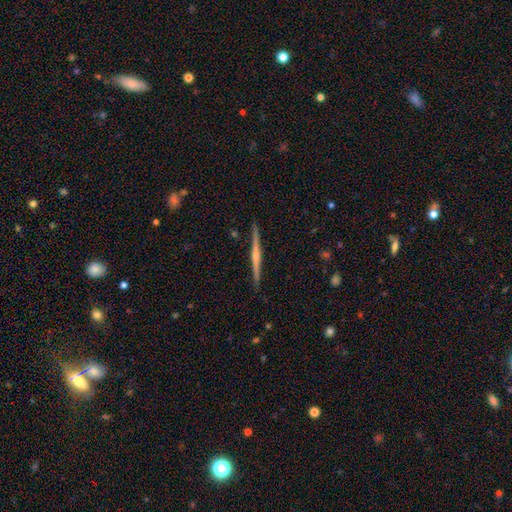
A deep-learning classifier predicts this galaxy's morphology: featured or disk 79%, smooth 16%, star or artifact 6%. Down the decision tree: edge-on disk — yes (99%); edge-on bulge — rounded (74%); merging — none (92%).